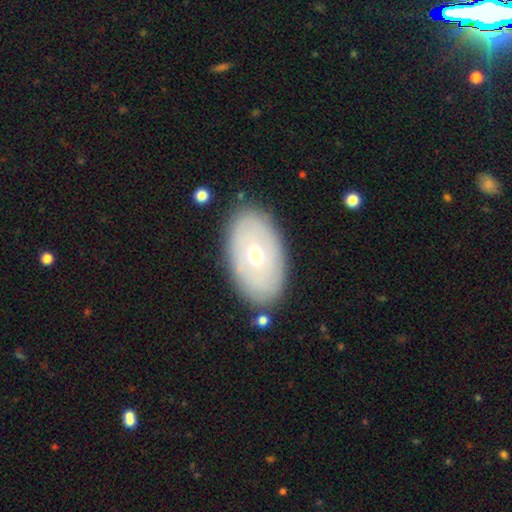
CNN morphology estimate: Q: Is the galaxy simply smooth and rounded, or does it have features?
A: smooth — 49%.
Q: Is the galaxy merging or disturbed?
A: none — 84%.